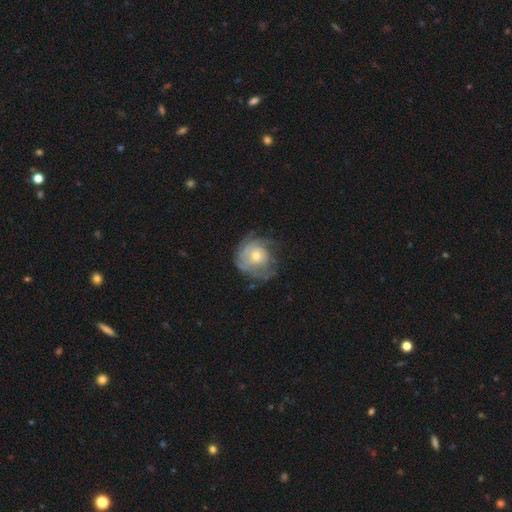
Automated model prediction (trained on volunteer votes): Q: Smooth or featured?
A: featured or disk (66%); runner-up: smooth (26%)
Q: Edge-on disk?
A: no (97%); runner-up: yes (3%)
Q: Bar?
A: no (82%); runner-up: weak (15%)
Q: Spiral arms?
A: yes (81%); runner-up: no (19%)
Q: Spiral winding?
A: tight (62%); runner-up: medium (26%)
Q: Spiral arm count?
A: can't tell (53%); runner-up: 2 (14%)
Q: Bulge size?
A: moderate (53%); runner-up: small (39%)
Q: Merging?
A: none (61%); runner-up: minor disturbance (23%)